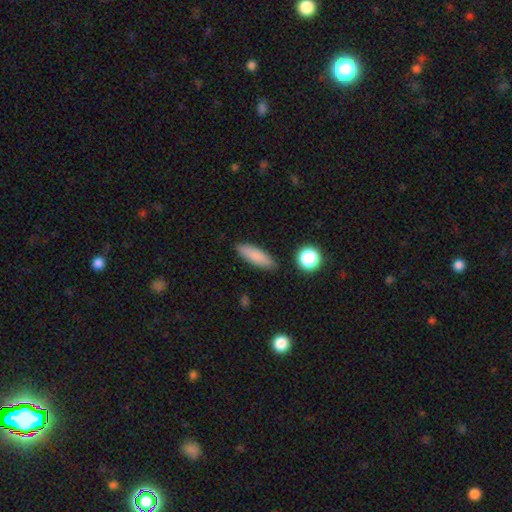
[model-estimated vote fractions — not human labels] This appears to be a smooth galaxy with no disk features (83%) that is in between round and cigar-shaped (54%). Merging: none (84%).